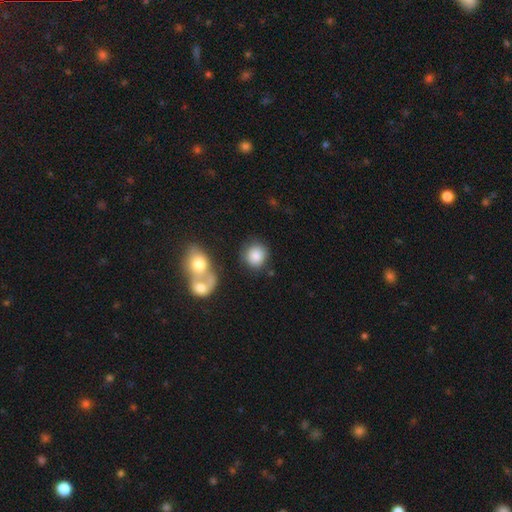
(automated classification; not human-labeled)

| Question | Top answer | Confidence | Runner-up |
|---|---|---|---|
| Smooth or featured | smooth | 84% | star or artifact (8%) |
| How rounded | round | 84% | in between (15%) |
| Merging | none | 70% | merger (13%) |